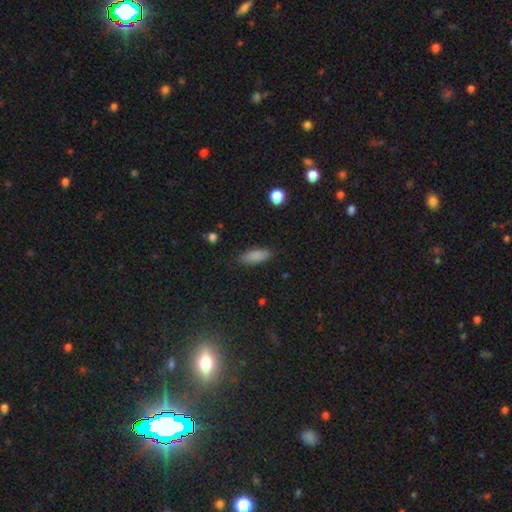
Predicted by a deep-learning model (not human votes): This appears to be a smooth galaxy with no disk features (86%) that is in between round and cigar-shaped (67%). Merging: none (84%).